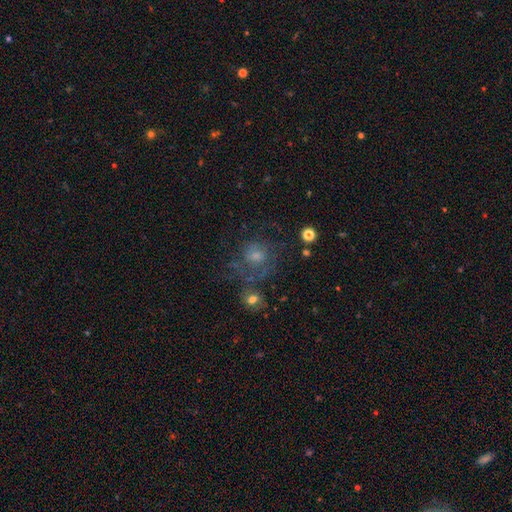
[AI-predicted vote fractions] A featured or disk galaxy (44%). Merging: none (53%).